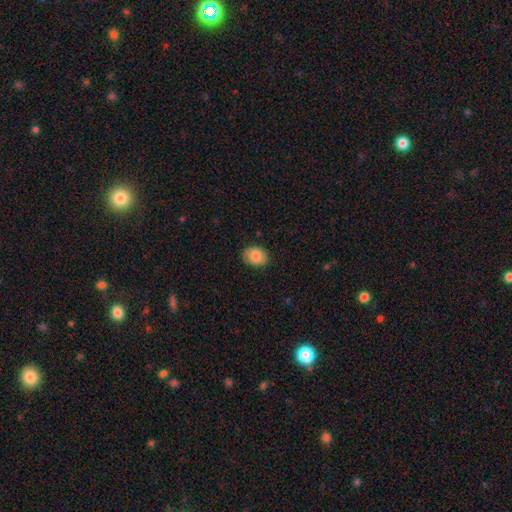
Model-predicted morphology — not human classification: smooth 84%, featured or disk 9%, star or artifact 7%. Down the decision tree: how rounded — in between (61%); merging — none (87%).